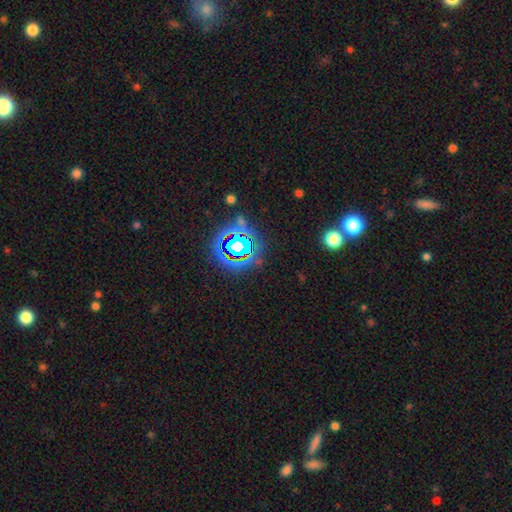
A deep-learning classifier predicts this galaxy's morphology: A star or artifact, not a galaxy (80%).

Vote fractions:
- Smooth or featured? star or artifact: 80% / smooth: 12% / featured or disk: 8%